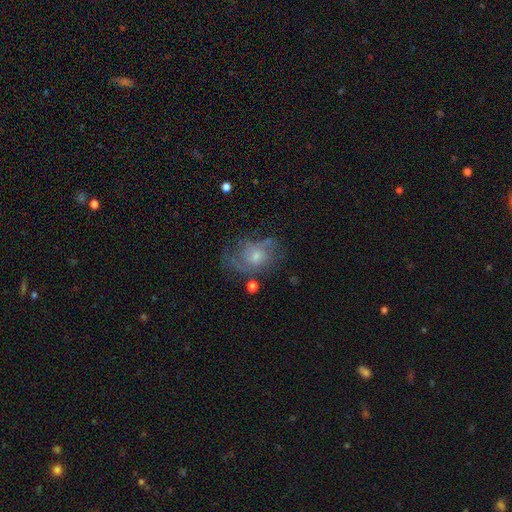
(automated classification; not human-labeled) The model was most divided on "bulge size": small: 47%, moderate: 43%, none: 4%, large: 4%, dominant: 1%. More confident: edge-on disk — no (97%); spiral arms — yes (80%); bar — no (78%); smooth or featured — featured or disk (65%); merging — none (55%).